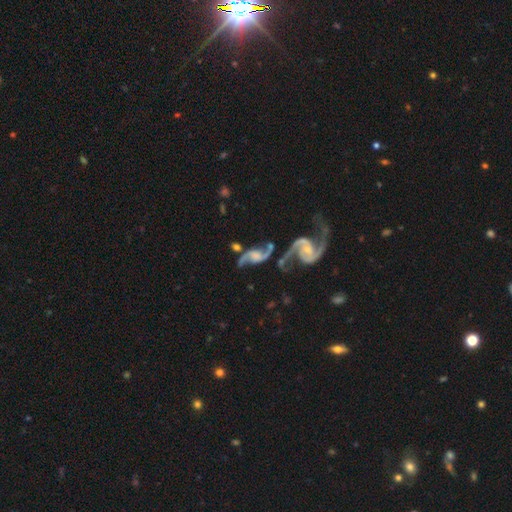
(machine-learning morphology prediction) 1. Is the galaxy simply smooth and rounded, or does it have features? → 89% featured or disk, 6% smooth, 5% star or artifact.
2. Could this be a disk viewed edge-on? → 96% no, 4% yes.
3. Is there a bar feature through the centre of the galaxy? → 48% no, 39% weak, 12% strong.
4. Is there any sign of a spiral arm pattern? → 96% yes, 4% no.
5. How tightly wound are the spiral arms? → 72% loose, 23% medium, 5% tight.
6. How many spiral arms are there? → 93% 2, 2% 1, 2% can't tell, 1% 3, 1% 4, 1% more than 4.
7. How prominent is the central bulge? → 40% none, 26% small, 19% moderate, 13% large, 2% dominant.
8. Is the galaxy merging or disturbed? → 42% none, 27% merger, 17% minor disturbance, 14% major disturbance.